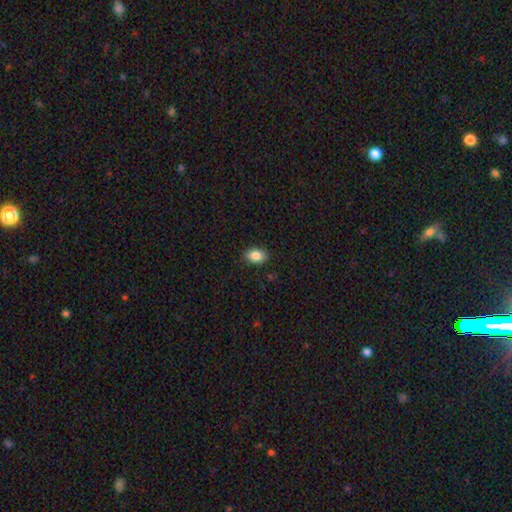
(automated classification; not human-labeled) smooth 85%, star or artifact 8%, featured or disk 6%. Down the decision tree: how rounded — in between (82%); merging — none (87%).